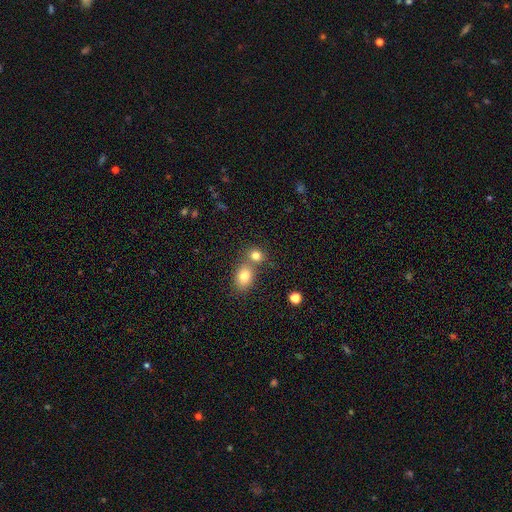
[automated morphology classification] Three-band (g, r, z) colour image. It shows a smooth galaxy with no disk features (79%) that is round (64%). Merging: none (47%).